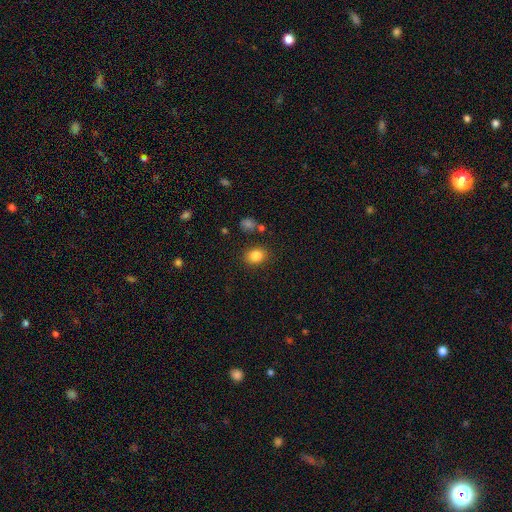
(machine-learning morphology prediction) Smooth or featured? Predicted: smooth (p=0.84). How rounded? Predicted: in between (p=0.53). Merging? Predicted: none (p=0.84).